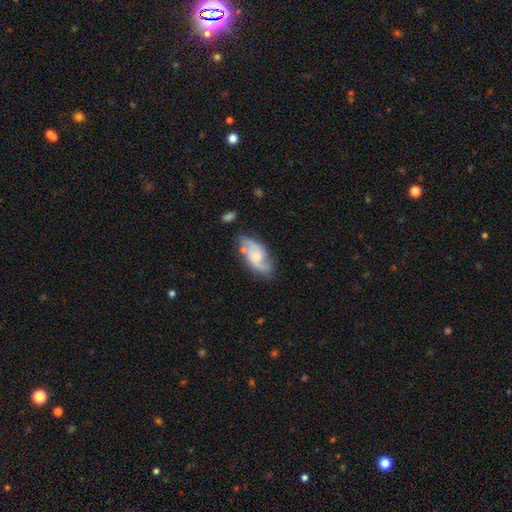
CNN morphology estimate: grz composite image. It shows a featured or disk galaxy (70%) with no bar (57%), 2 (84%) loose (45%) spiral arms (92%) and a small central bulge (42%). Merging: none (62%).